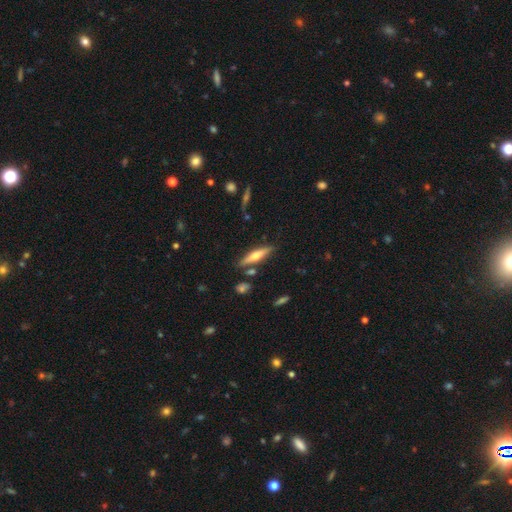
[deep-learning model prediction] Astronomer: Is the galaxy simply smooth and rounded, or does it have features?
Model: featured or disk — 54% (runner-up: smooth, 40%).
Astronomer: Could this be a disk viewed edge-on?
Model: yes — 94%.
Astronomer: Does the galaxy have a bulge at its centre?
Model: rounded — 88%.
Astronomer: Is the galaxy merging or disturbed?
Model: none — 81%.